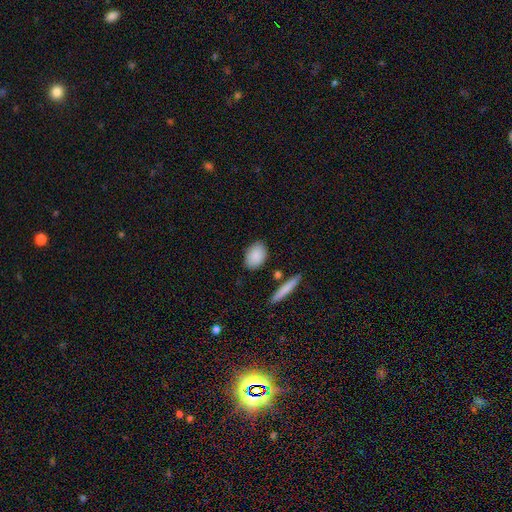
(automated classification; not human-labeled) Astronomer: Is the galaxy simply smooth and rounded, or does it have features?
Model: smooth — 87%.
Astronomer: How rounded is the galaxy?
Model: in between — 81%.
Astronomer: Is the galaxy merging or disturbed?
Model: none — 82%.